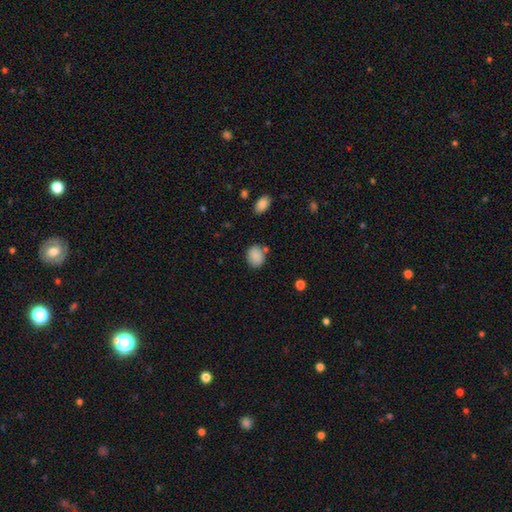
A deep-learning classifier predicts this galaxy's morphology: Smooth or featured: smooth — 87% (star or artifact — 8%)
How rounded: round — 53% (in between — 46%)
Merging: none — 74% (minor disturbance — 15%)